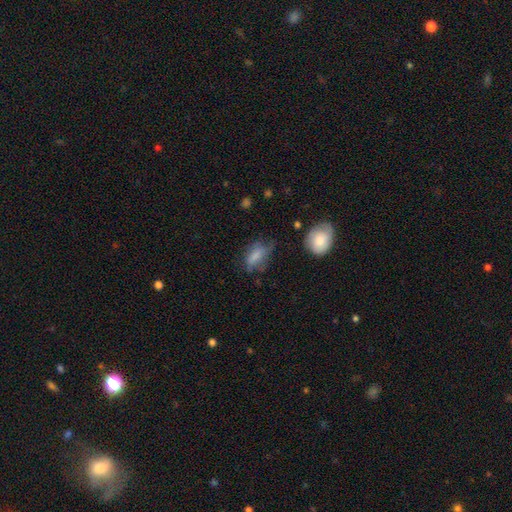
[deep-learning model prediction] Q: Smooth or featured?
A: smooth (72%); runner-up: featured or disk (19%)
Q: How rounded?
A: in between (85%); runner-up: round (9%)
Q: Merging?
A: none (44%); runner-up: minor disturbance (33%)